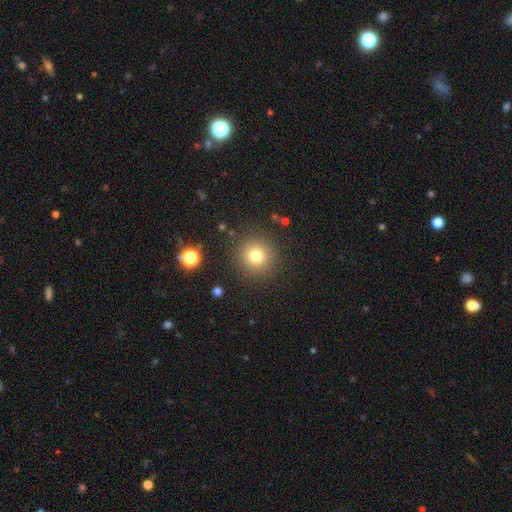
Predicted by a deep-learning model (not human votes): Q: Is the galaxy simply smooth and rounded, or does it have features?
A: smooth — 77%.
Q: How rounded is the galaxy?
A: round — 94%.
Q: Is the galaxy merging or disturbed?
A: none — 88%.